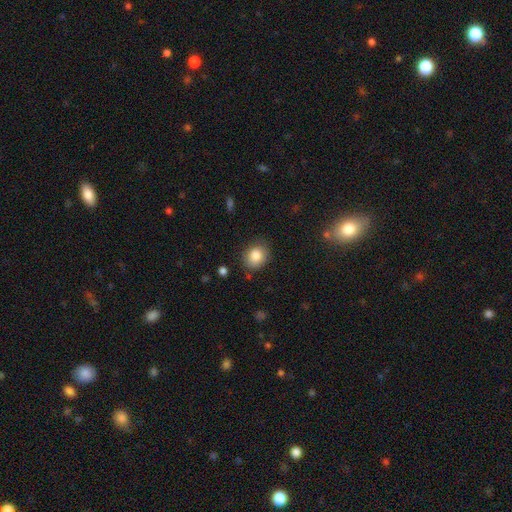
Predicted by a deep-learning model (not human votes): A smooth galaxy with no disk features (85%) that is round (62%).

Vote fractions:
- Smooth or featured? smooth: 85% / star or artifact: 9% / featured or disk: 6%
- How rounded? round: 62% / in between: 37% / cigar-shaped: 1%
- Merging? none: 81% / minor disturbance: 13% / major disturbance: 3% / merger: 2%